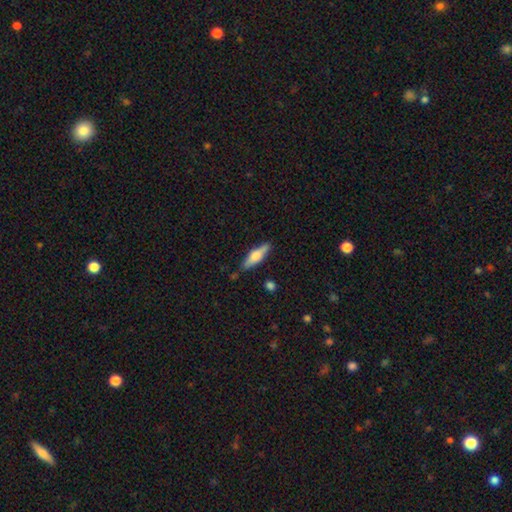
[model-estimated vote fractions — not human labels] Smooth or featured? Predicted: smooth (p=0.50). How rounded? Predicted: cigar-shaped (p=0.62). Merging? Predicted: none (p=0.83).